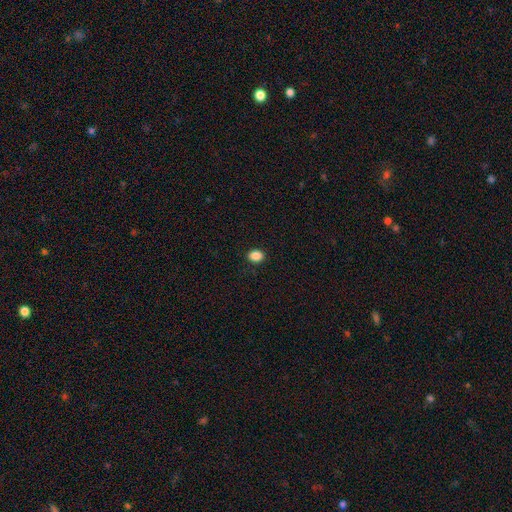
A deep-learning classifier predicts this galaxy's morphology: A smooth galaxy with no disk features (87%) that is in between round and cigar-shaped (56%).

Vote fractions:
- Smooth or featured? smooth: 87% / star or artifact: 10% / featured or disk: 3%
- How rounded? in between: 56% / round: 43% / cigar-shaped: 1%
- Merging? none: 90% / minor disturbance: 7% / major disturbance: 2% / merger: 1%